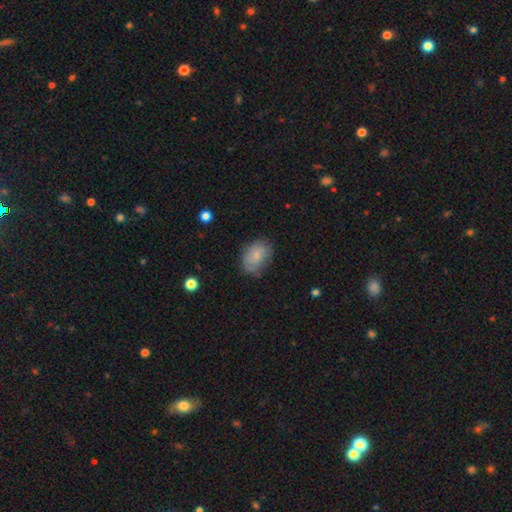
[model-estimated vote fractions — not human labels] Overall: smooth (73%). How rounded: in between (80%). Merging: none (71%).